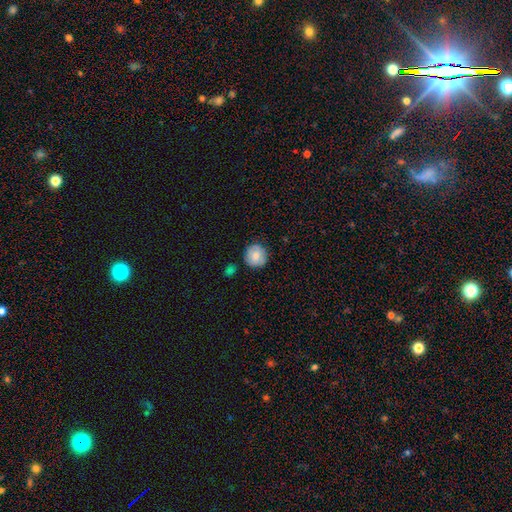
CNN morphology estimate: Smooth or featured: smooth — 78% (featured or disk — 15%)
How rounded: round — 90% (in between — 9%)
Merging: none — 80% (minor disturbance — 13%)